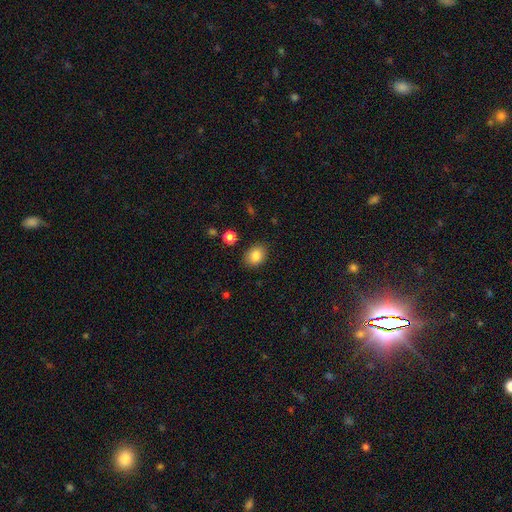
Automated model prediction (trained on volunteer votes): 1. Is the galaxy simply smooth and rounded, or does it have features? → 85% smooth, 9% star or artifact, 6% featured or disk.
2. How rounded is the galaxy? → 63% in between, 36% round, 1% cigar-shaped.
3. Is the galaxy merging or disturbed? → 84% none, 11% minor disturbance, 3% major disturbance, 2% merger.